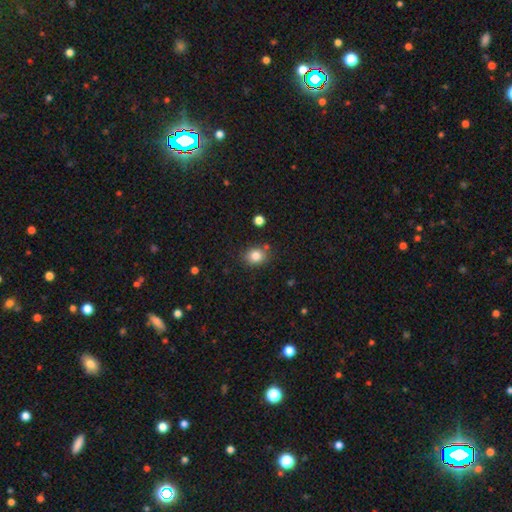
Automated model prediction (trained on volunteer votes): Smooth or featured?
  - smooth: 83% *
  - star or artifact: 11%
  - featured or disk: 6%
How rounded?
  - round: 64% *
  - in between: 35%
  - cigar-shaped: 1%
Merging?
  - none: 79% *
  - minor disturbance: 12%
  - merger: 6%
  - major disturbance: 3%